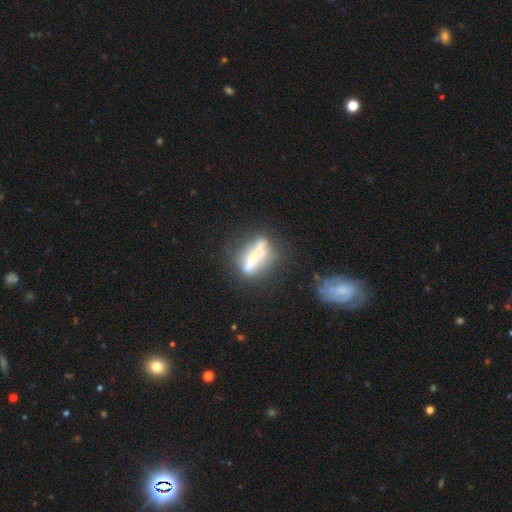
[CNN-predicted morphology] type=featured or disk (60%); edge-on=no (54%); merging=none (50%).